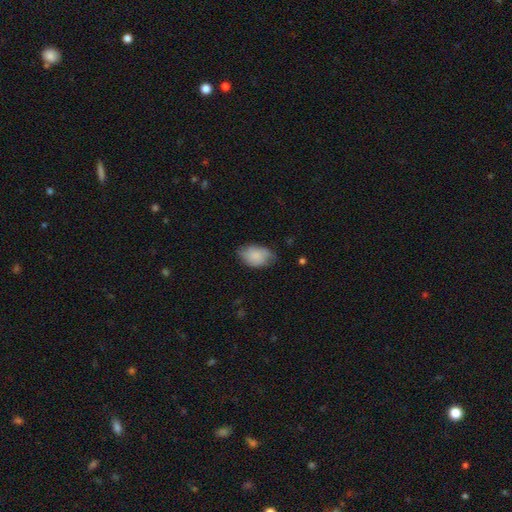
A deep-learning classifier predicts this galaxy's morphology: smooth 83%, featured or disk 10%, star or artifact 6%. Down the decision tree: how rounded — in between (89%); merging — none (63%).